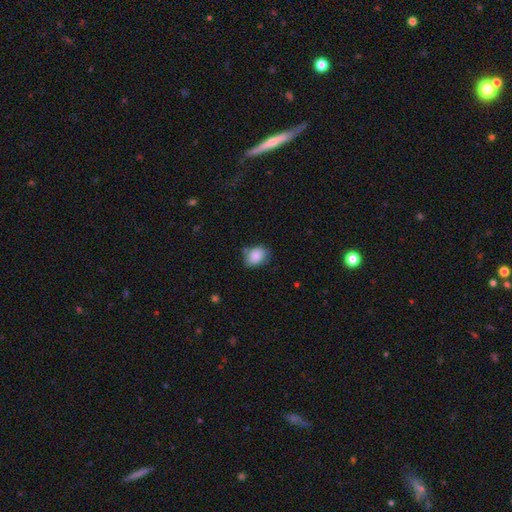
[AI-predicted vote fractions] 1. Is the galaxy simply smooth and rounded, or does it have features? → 86% smooth, 7% star or artifact, 7% featured or disk.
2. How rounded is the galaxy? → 73% in between, 26% round, 1% cigar-shaped.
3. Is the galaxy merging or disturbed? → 68% none, 23% minor disturbance, 5% major disturbance, 4% merger.